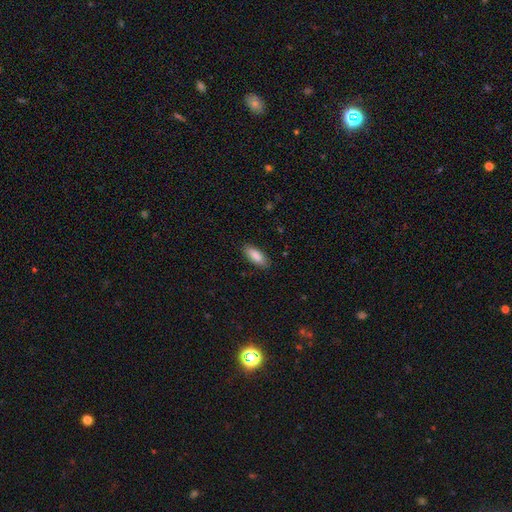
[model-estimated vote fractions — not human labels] A smooth galaxy with no disk features (88%) that is in between round and cigar-shaped (76%). Merging: none (87%).